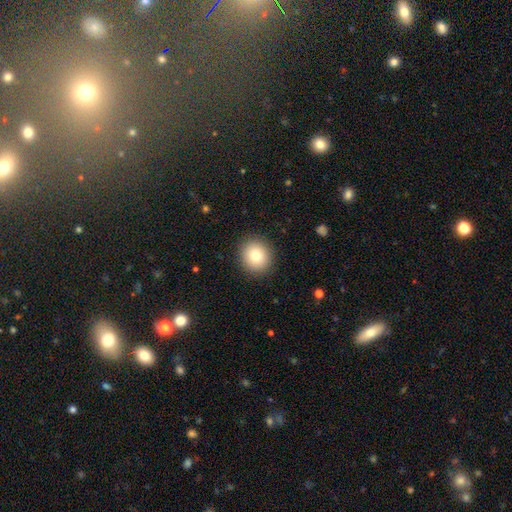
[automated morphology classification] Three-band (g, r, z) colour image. It shows a smooth galaxy with no disk features (78%) that is round (87%). Merging: none (90%).